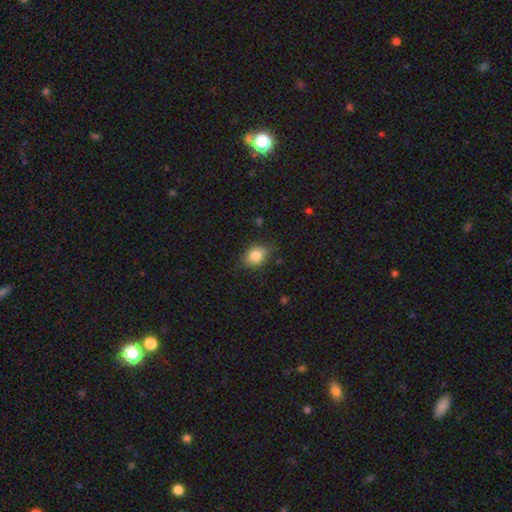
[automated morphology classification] smooth-or-featured: smooth: 82% | featured or disk: 9% | star or artifact: 9%
  how-rounded: in between: 65% | round: 33% | cigar-shaped: 1%
  merging: none: 74% | minor disturbance: 20% | major disturbance: 4% | merger: 1%